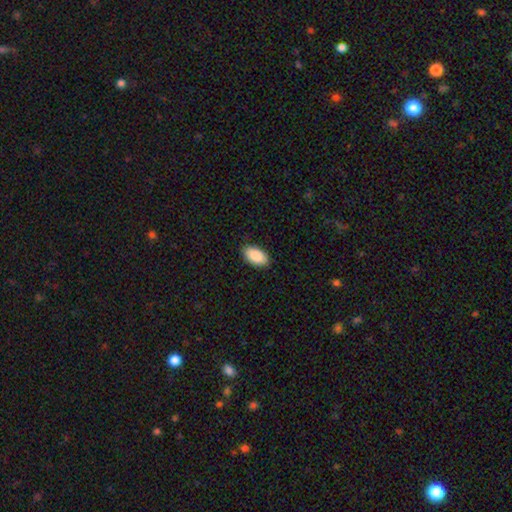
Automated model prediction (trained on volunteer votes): Q: Smooth or featured?
A: smooth (89%); runner-up: star or artifact (6%)
Q: How rounded?
A: in between (95%); runner-up: round (3%)
Q: Merging?
A: none (88%); runner-up: minor disturbance (9%)